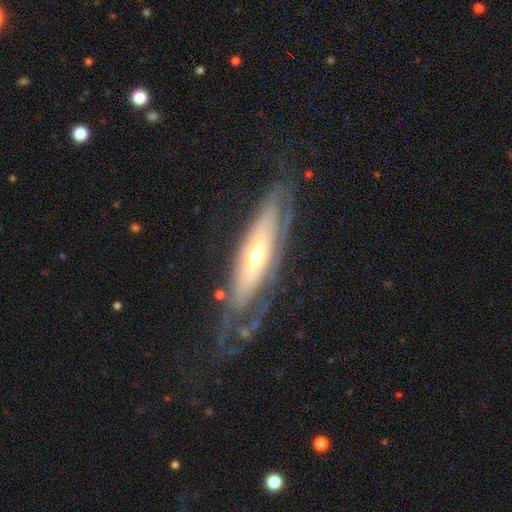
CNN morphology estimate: Smooth or featured? Predicted: featured or disk (p=0.78). Edge-on disk? Predicted: no (p=0.68). Bar? Predicted: no (p=0.67). Spiral arms? Predicted: yes (p=0.75). Bulge size? Predicted: moderate (p=0.52). Merging? Predicted: none (p=0.59).